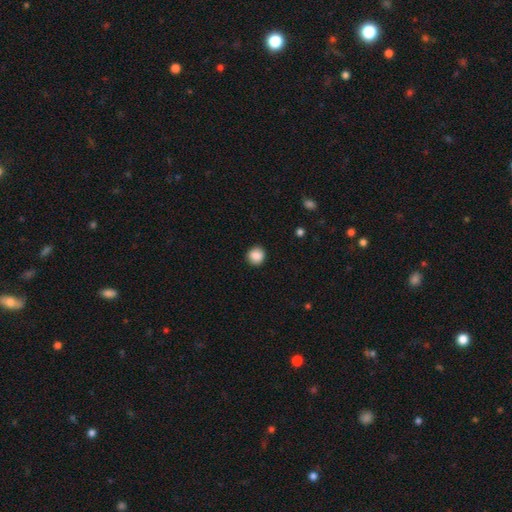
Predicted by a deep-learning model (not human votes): smooth-or-featured: smooth: 88% | star or artifact: 8% | featured or disk: 4%
  how-rounded: round: 91% | in between: 8% | cigar-shaped: 1%
  merging: none: 91% | minor disturbance: 6% | major disturbance: 2% | merger: 1%